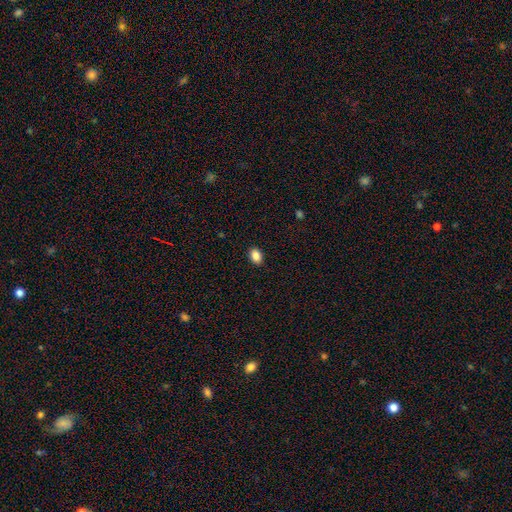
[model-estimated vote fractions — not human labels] smooth_or_featured: smooth (p=0.87) [alt: star or artifact p=0.09]
how_rounded: in between (p=0.77) [alt: round p=0.22]
merging: none (p=0.90) [alt: minor disturbance p=0.08]